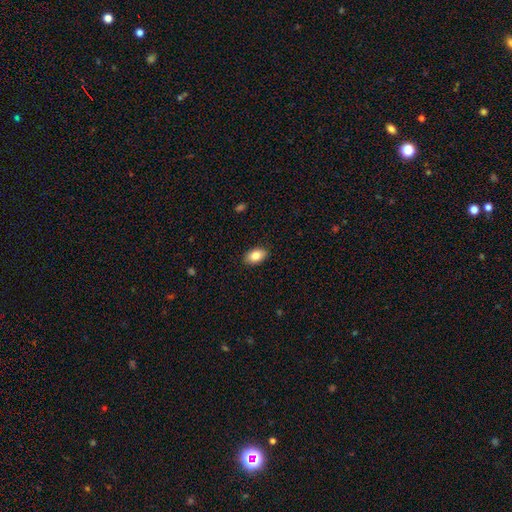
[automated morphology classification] Smooth or featured: smooth — 85% (featured or disk — 8%)
How rounded: in between — 91% (round — 8%)
Merging: none — 89% (minor disturbance — 8%)